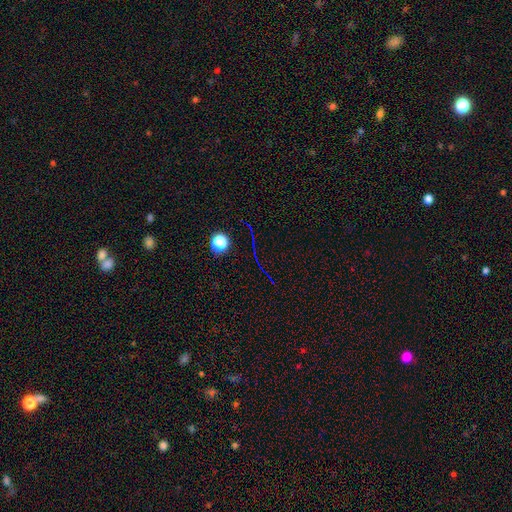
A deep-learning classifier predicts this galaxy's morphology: smooth_or_featured: star or artifact (p=0.73) [alt: smooth p=0.16]